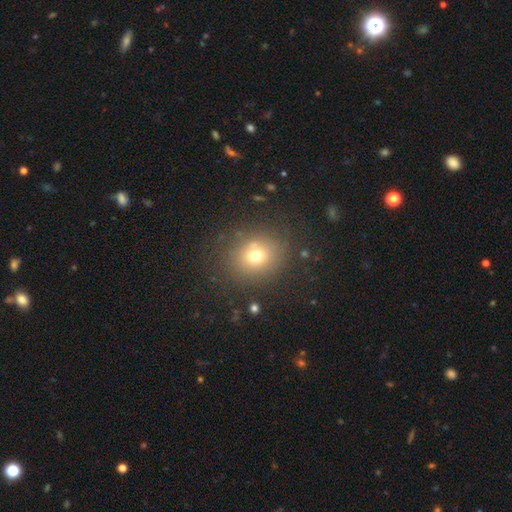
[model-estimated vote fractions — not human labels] smooth_or_featured: smooth (p=0.70) [alt: star or artifact p=0.18]
how_rounded: round (p=0.76) [alt: in between p=0.23]
merging: none (p=0.81) [alt: minor disturbance p=0.11]